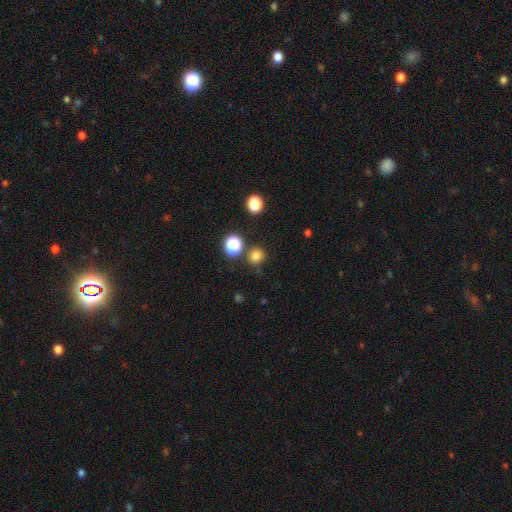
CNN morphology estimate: A smooth galaxy with no disk features (79%) that is round (89%). Merging: none (83%).